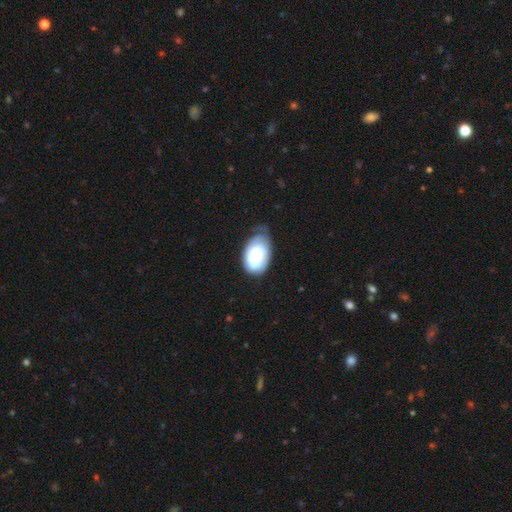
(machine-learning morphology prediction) Overall: smooth (64%; featured or disk 30%). How rounded: in between (90%). Merging: minor disturbance (43%; none 42%).